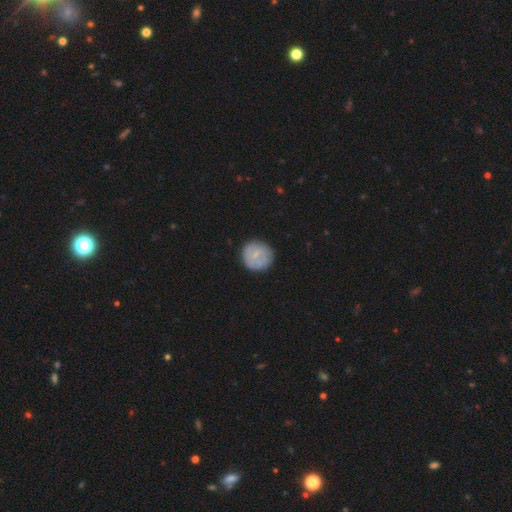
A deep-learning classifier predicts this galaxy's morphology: This appears to be a smooth galaxy with no disk features (64%) that is round (93%). Merging: none (83%).